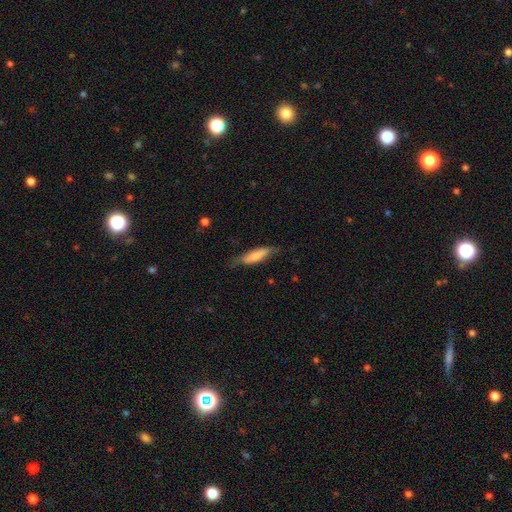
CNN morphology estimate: Smooth or featured?
  - smooth: 69% *
  - featured or disk: 25%
  - star or artifact: 6%
How rounded?
  - cigar-shaped: 62% *
  - in between: 36%
  - round: 2%
Merging?
  - none: 64% *
  - minor disturbance: 26%
  - major disturbance: 8%
  - merger: 2%